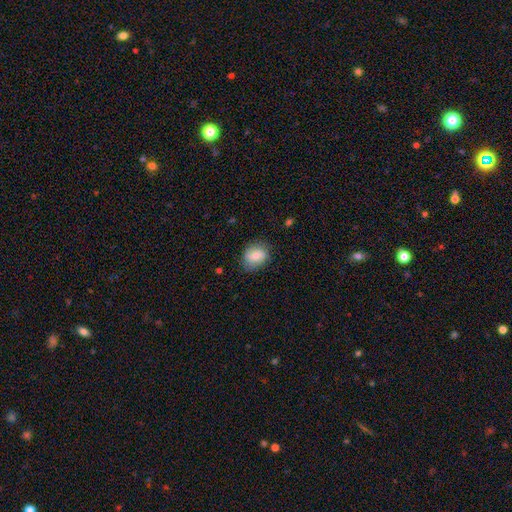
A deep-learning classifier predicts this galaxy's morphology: Q: Smooth or featured?
A: smooth (73%); runner-up: featured or disk (19%)
Q: How rounded?
A: in between (55%); runner-up: round (44%)
Q: Merging?
A: none (73%); runner-up: minor disturbance (21%)